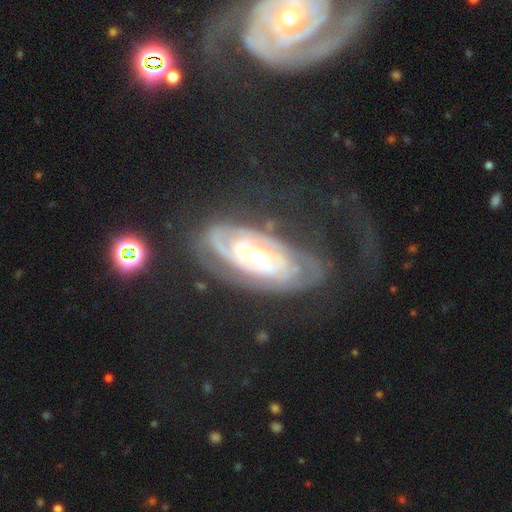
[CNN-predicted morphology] Smooth or featured: featured or disk — 85% (smooth — 8%)
Edge-on disk: no — 92% (yes — 8%)
Bar: no — 58% (weak — 27%)
Spiral arms: yes — 88% (no — 12%)
Spiral winding: tight — 70% (medium — 22%)
Spiral arm count: can't tell — 39% (2 — 33%)
Bulge size: moderate — 70% (large — 15%)
Merging: none — 56% (major disturbance — 23%)